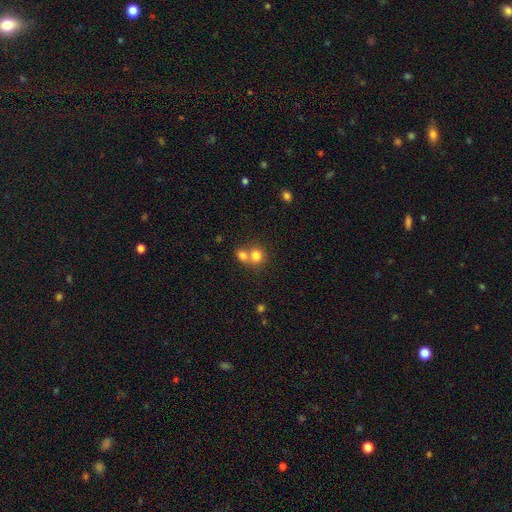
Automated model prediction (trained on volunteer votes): Smooth or featured? Predicted: smooth (p=0.78). How rounded? Predicted: round (p=0.76). Merging? Predicted: merger (p=0.56).